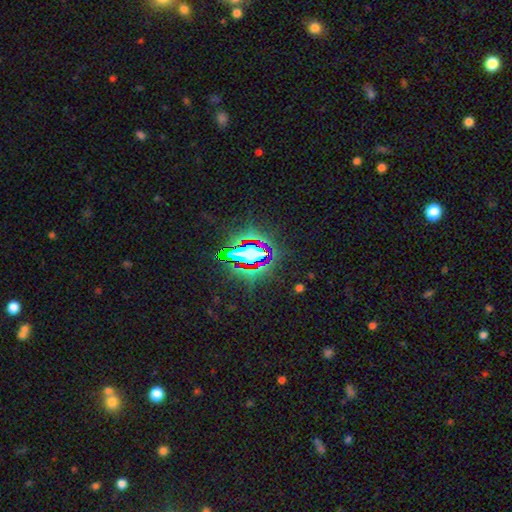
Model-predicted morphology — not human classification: This is likely a star or artifact rather than a galaxy (70%).